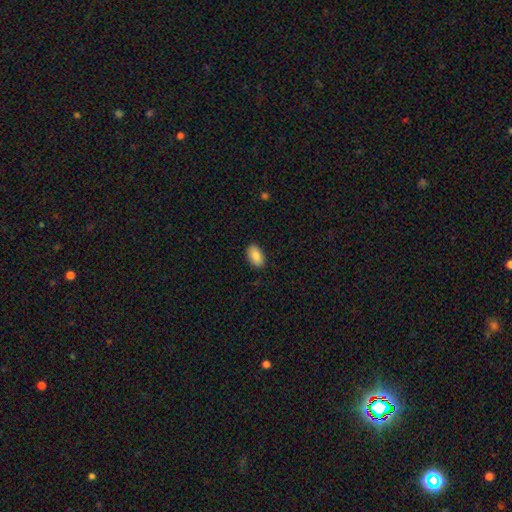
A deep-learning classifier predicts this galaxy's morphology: Q: Smooth or featured?
A: smooth (85%); runner-up: featured or disk (8%)
Q: How rounded?
A: in between (92%); runner-up: round (5%)
Q: Merging?
A: none (87%); runner-up: minor disturbance (10%)